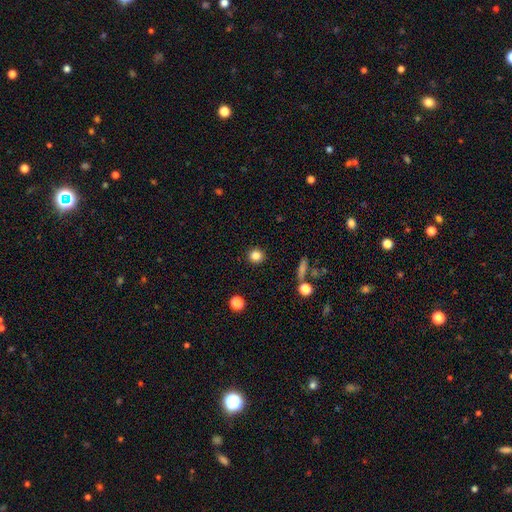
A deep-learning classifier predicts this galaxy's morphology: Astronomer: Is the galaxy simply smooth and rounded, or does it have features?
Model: smooth — 83%.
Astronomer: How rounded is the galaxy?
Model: round — 94%.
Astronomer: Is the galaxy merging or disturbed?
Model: none — 92%.